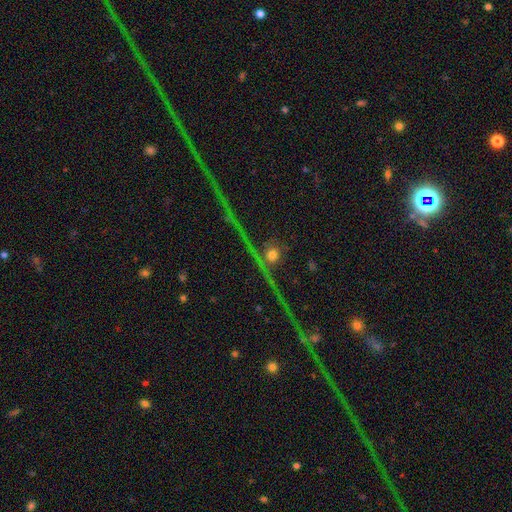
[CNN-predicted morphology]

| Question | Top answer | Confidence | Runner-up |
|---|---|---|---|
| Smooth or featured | star or artifact | 64% | featured or disk (23%) |